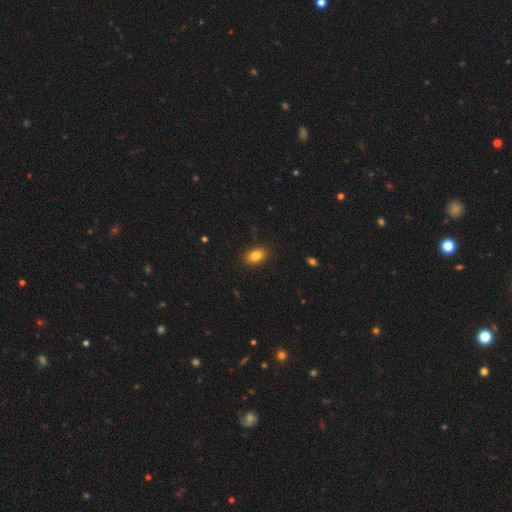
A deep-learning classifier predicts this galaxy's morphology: smooth-or-featured: smooth: 83% | star or artifact: 9% | featured or disk: 8%
  how-rounded: in between: 83% | round: 16% | cigar-shaped: 2%
  merging: none: 89% | minor disturbance: 8% | major disturbance: 2% | merger: 1%